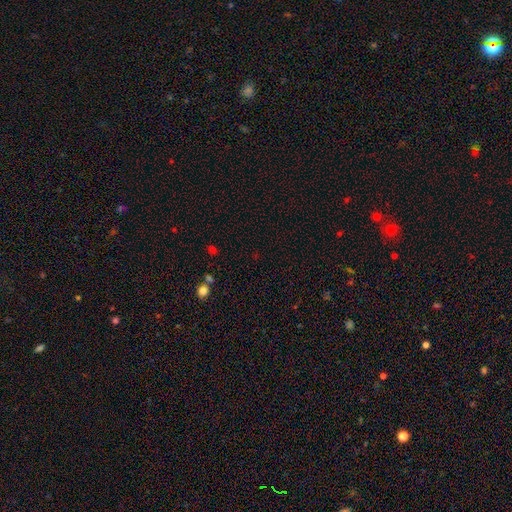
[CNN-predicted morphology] smooth-or-featured: star or artifact: 56% | smooth: 36% | featured or disk: 8%